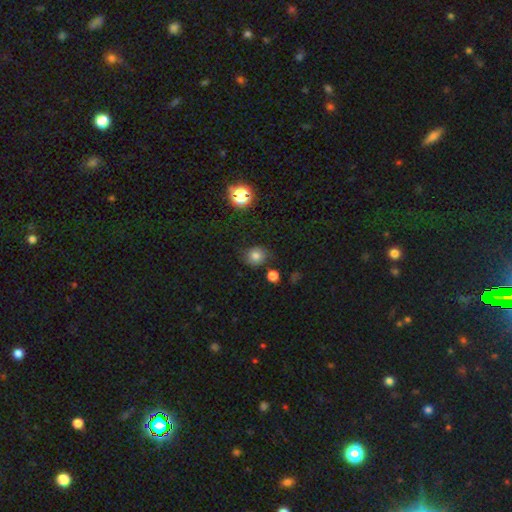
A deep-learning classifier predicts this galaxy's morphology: The model was most divided on "how rounded": round: 80%, in between: 19%, cigar-shaped: 1%. More confident: merging — none (77%); smooth or featured — smooth (76%).